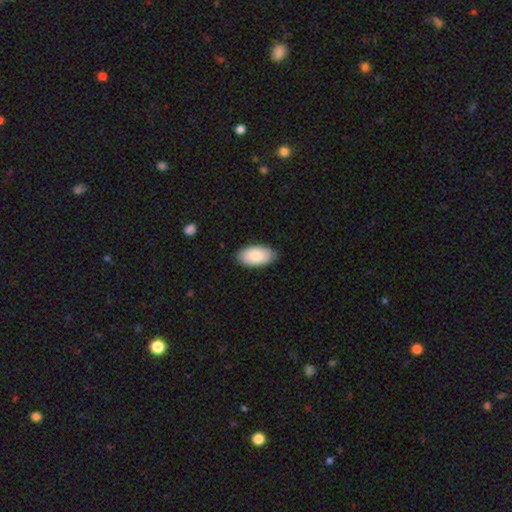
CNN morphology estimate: Overall: smooth (84%). How rounded: in between (96%). Merging: none (85%).